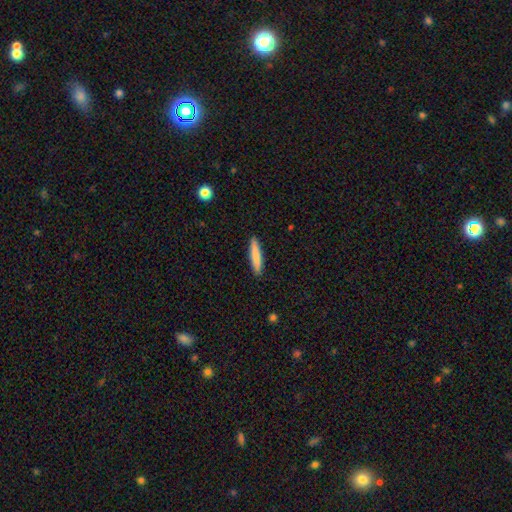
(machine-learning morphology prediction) Smooth or featured: smooth — 81% (featured or disk — 13%)
How rounded: cigar-shaped — 91% (in between — 8%)
Merging: none — 91% (minor disturbance — 6%)